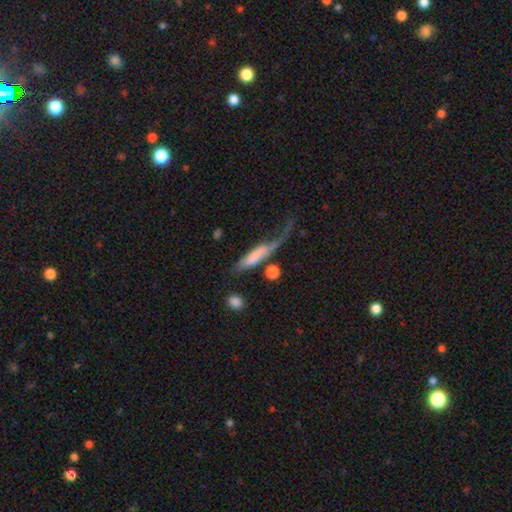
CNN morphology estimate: type=smooth (58%); roundness=cigar-shaped (60%); merging=major disturbance (44%).